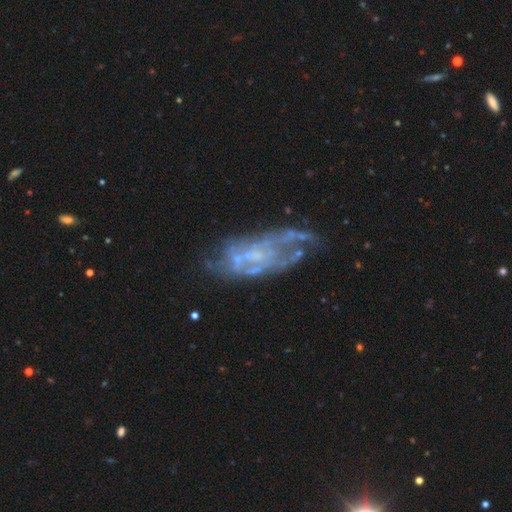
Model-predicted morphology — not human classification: Overall: featured or disk (74%). Edge-on disk: no (94%). Bar: no (72%). Spiral arms: no (53%; yes 47%). Bulge size: none (52%; small 36%). Merging: none (38%; major disturbance 32%).